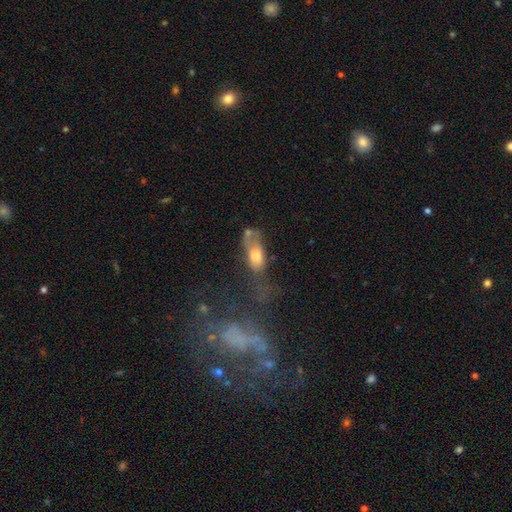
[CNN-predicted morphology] smooth_or_featured: smooth (p=0.60) [alt: featured or disk p=0.29]
how_rounded: in between (p=0.77) [alt: cigar-shaped p=0.16]
merging: major disturbance (p=0.30) [alt: none p=0.29]